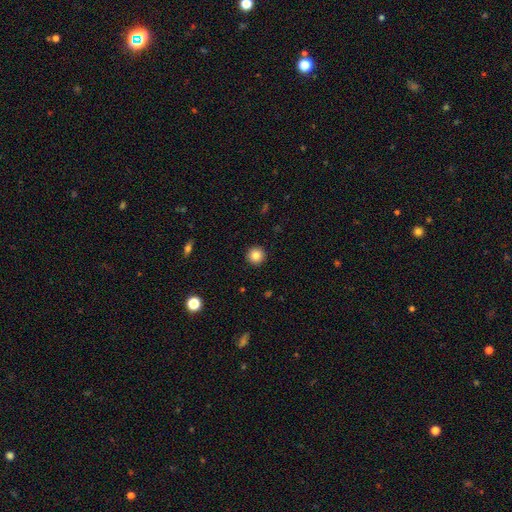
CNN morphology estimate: Overall: smooth (84%). How rounded: round (96%). Merging: none (93%).